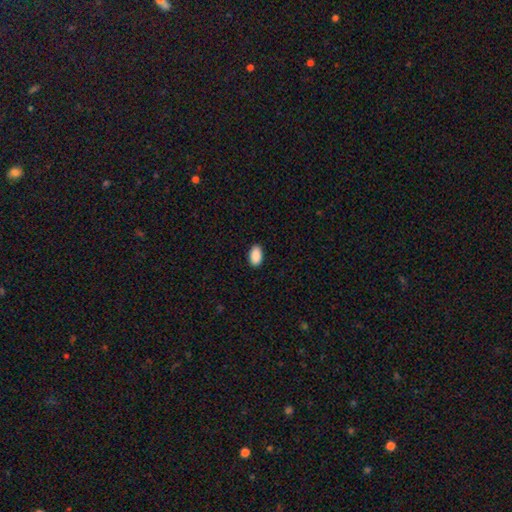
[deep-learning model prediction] Morphology: type=smooth (91%); roundness=in between (94%); merging=none (89%).